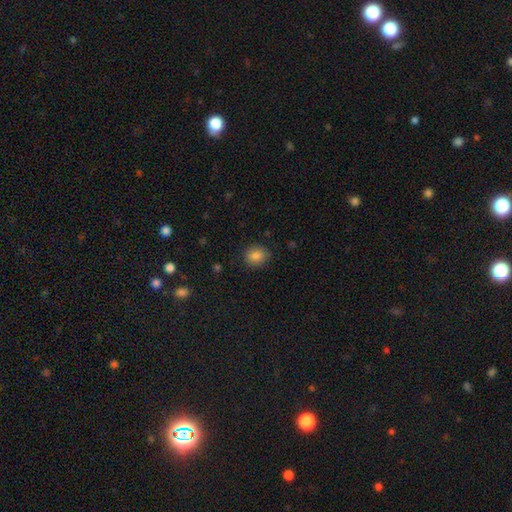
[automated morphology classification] Smooth or featured?
  - smooth: 85% *
  - star or artifact: 10%
  - featured or disk: 5%
How rounded?
  - round: 71% *
  - in between: 28%
  - cigar-shaped: 1%
Merging?
  - none: 86% *
  - minor disturbance: 10%
  - major disturbance: 3%
  - merger: 1%